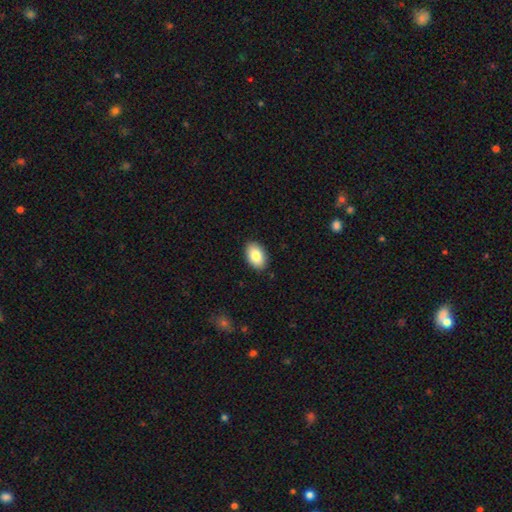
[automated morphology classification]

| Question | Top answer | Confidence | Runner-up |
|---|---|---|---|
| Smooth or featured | smooth | 84% | featured or disk (9%) |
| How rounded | in between | 91% | round (8%) |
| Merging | none | 89% | minor disturbance (8%) |